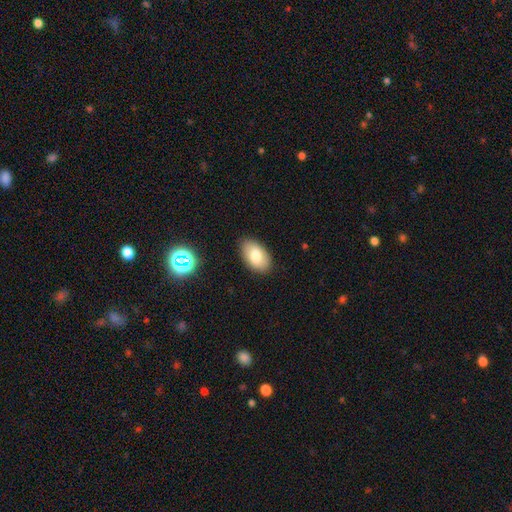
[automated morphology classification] Overall: smooth (78%). How rounded: in between (93%). Merging: none (85%).